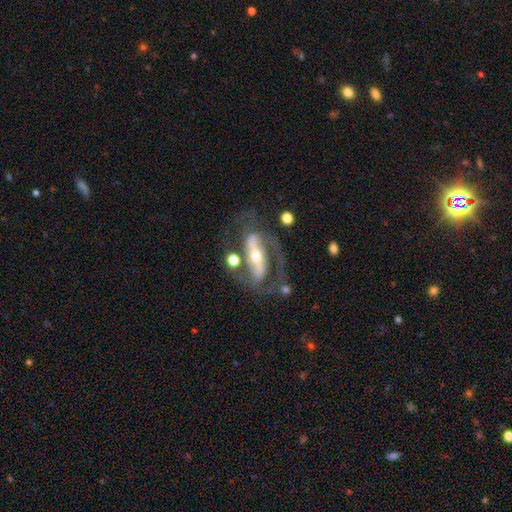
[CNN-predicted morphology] The model was most divided on "bulge size": moderate: 51%, small: 43%, large: 4%, none: 1%, dominant: 1%. Remaining: edge-on disk — no (91%); spiral arms — yes (87%); smooth or featured — featured or disk (85%); spiral arm count — 2 (83%); bar — strong (66%); merging — none (56%); spiral winding — medium (50%).